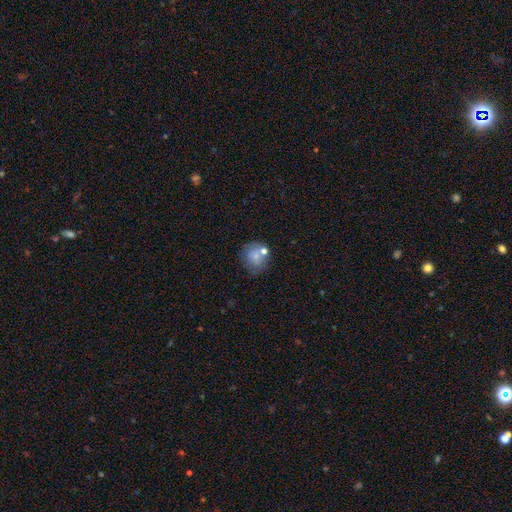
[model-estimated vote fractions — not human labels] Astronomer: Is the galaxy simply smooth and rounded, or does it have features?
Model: smooth — 67%.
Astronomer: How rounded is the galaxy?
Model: round — 82%.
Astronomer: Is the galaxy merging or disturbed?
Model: none — 55%.